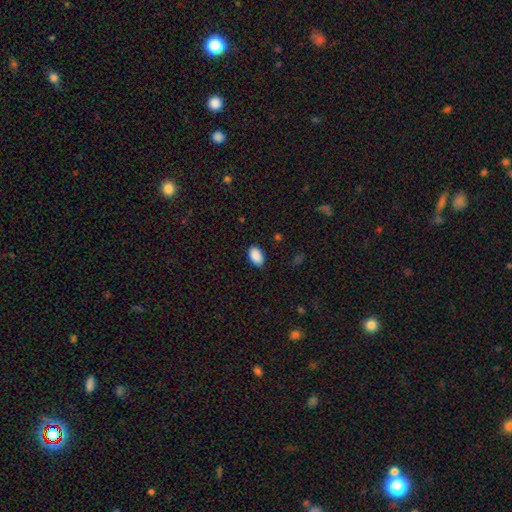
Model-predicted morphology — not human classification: Smooth or featured: smooth — 90% (star or artifact — 7%)
How rounded: in between — 93% (round — 6%)
Merging: none — 85% (minor disturbance — 12%)